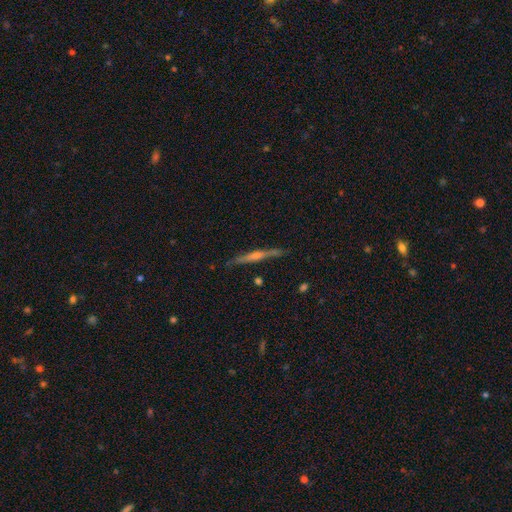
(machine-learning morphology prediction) The model was most divided on "edge-on bulge": rounded: 62%, none: 24%, boxy: 13%. More confident: edge-on disk — yes (98%); merging — none (87%); smooth or featured — featured or disk (71%).